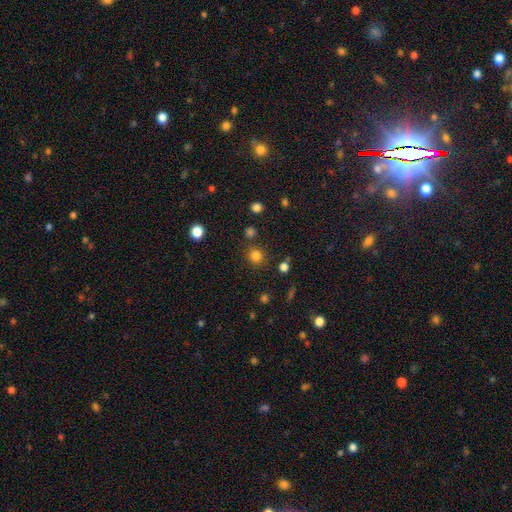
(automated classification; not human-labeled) Smooth or featured? smooth (80%)
How rounded? round (89%)
Merging? none (83%)